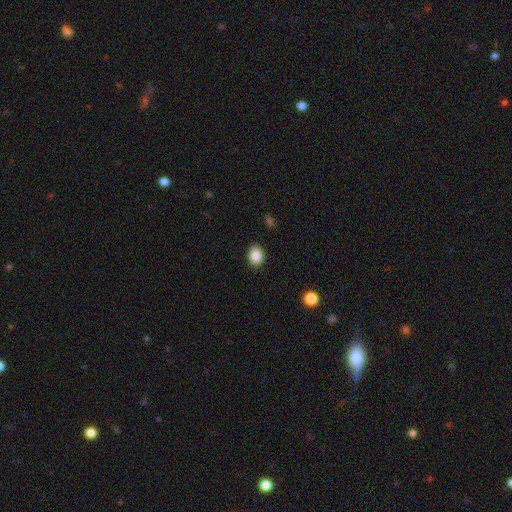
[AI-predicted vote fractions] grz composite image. It shows a smooth galaxy with no disk features (87%) that is in between round and cigar-shaped (65%). Merging: none (88%).